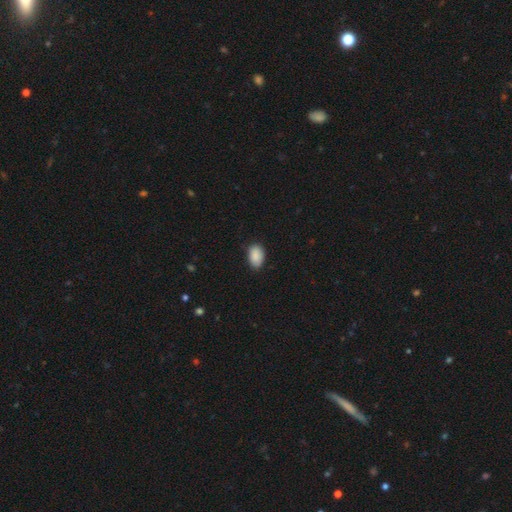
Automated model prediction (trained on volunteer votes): Morphology: type=smooth (90%); roundness=in between (91%); merging=none (80%).